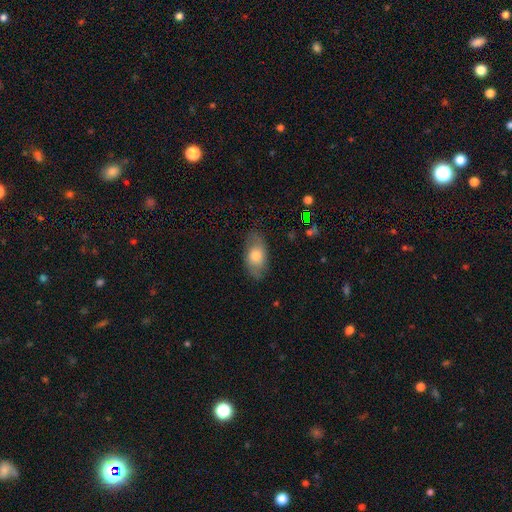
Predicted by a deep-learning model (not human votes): Smooth or featured? smooth (61%)
How rounded? in between (90%)
Merging? none (78%)